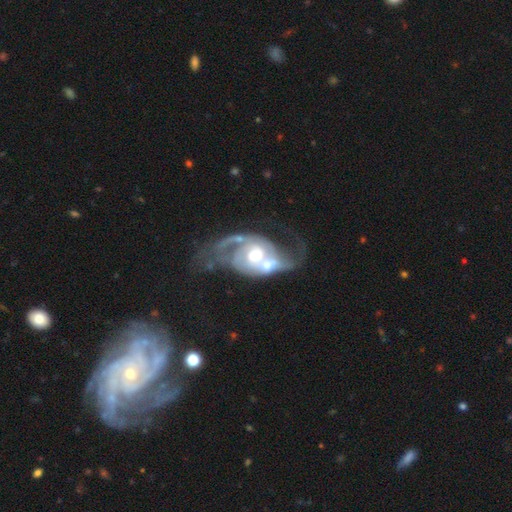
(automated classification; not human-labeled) Smooth or featured? featured or disk (79%)
Edge-on disk? no (96%)
Bar? no (69%)
Spiral arms? yes (81%)
Spiral winding? loose (43%)
Spiral arm count? 2 (69%)
Bulge size? moderate (68%)
Merging? merger (55%)